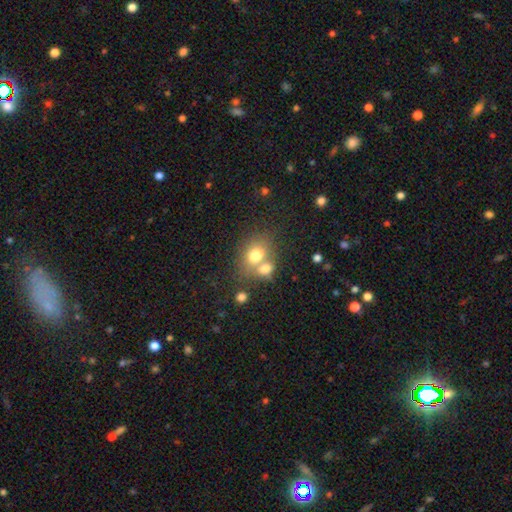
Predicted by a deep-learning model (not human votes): Smooth or featured: smooth — 72% (featured or disk — 17%)
How rounded: in between — 58% (round — 41%)
Merging: merger — 50% (none — 36%)